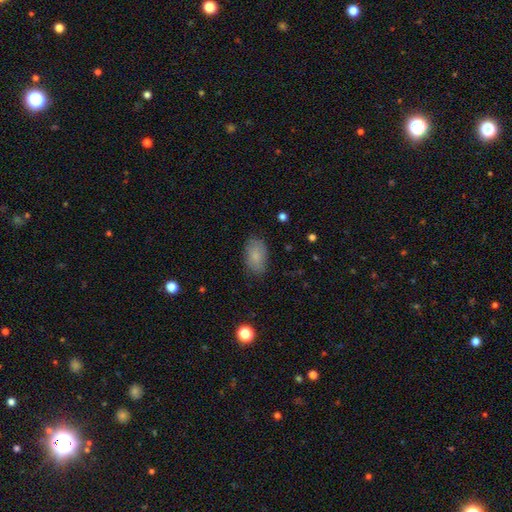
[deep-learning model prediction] This appears to be a smooth galaxy with no disk features (82%) that is in between round and cigar-shaped (90%). Merging: none (80%).